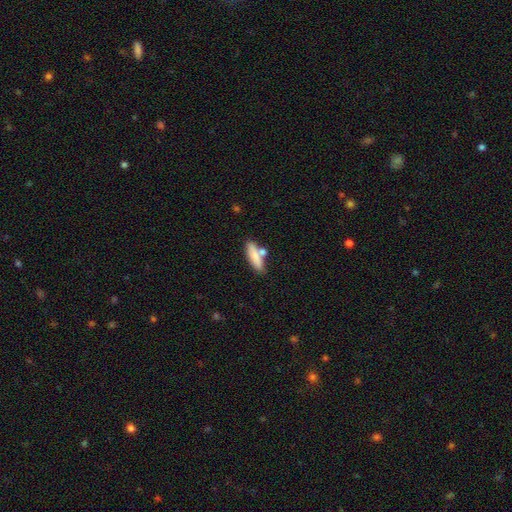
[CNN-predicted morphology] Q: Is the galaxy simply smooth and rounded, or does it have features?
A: smooth — 79%.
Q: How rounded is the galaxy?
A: cigar-shaped — 58%.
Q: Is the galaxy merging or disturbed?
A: none — 61%.